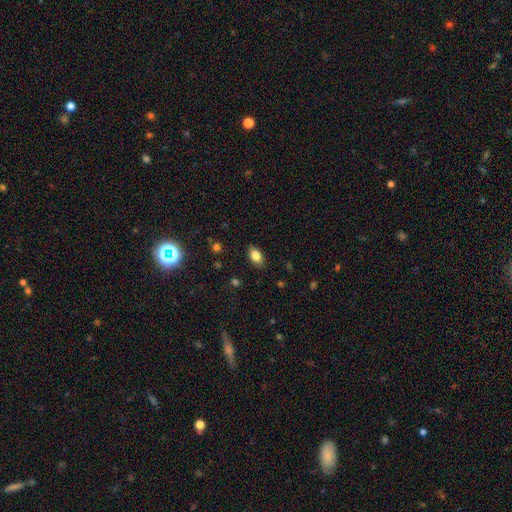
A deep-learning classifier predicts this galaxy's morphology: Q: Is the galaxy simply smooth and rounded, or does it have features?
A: smooth — 82%.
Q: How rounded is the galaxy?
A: in between — 89%.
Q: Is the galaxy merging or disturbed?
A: none — 86%.